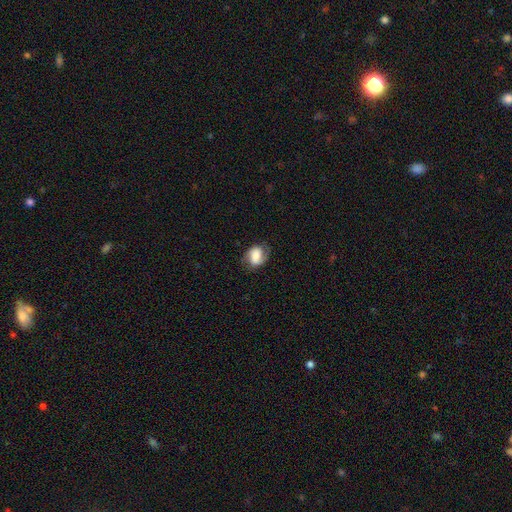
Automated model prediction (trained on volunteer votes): featured or disk 52%, smooth 40%, star or artifact 9%. Down the decision tree: edge-on disk — no (97%); bar — weak (40%); spiral arms — yes (88%); bulge size — large (32%); merging — none (72%).